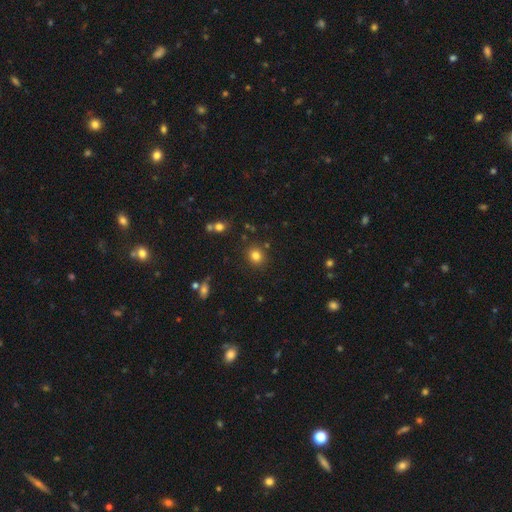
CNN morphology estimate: This appears to be a smooth galaxy with no disk features (81%) that is round (79%). Merging: none (86%).